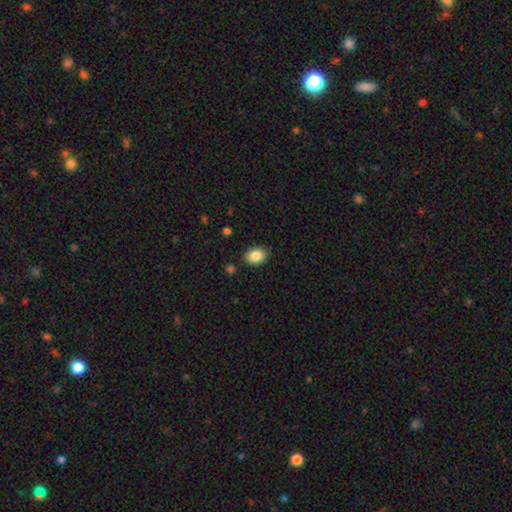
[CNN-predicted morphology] Smooth or featured: smooth — 87% (star or artifact — 8%)
How rounded: in between — 77% (round — 22%)
Merging: none — 86% (minor disturbance — 10%)